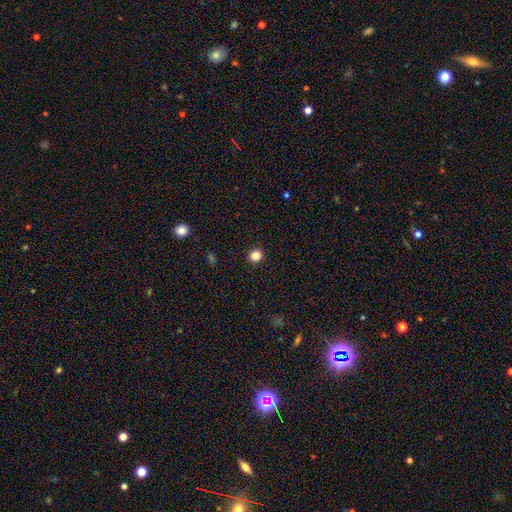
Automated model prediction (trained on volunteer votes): Smooth or featured: smooth — 84% (star or artifact — 12%)
How rounded: round — 87% (in between — 12%)
Merging: none — 93% (minor disturbance — 5%)